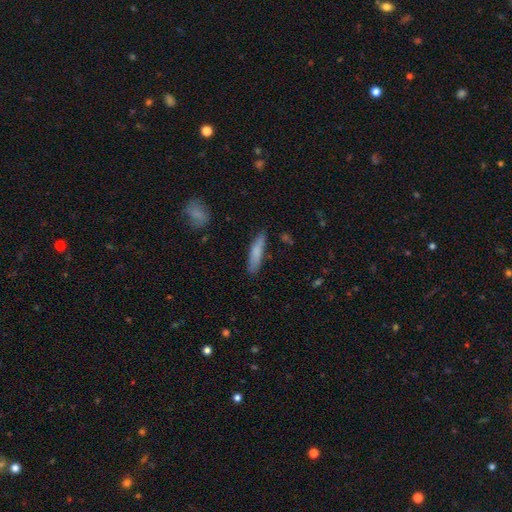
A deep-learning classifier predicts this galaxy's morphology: smooth 66%, featured or disk 23%, star or artifact 11%. Down the decision tree: how rounded — cigar-shaped (84%); merging — none (82%).